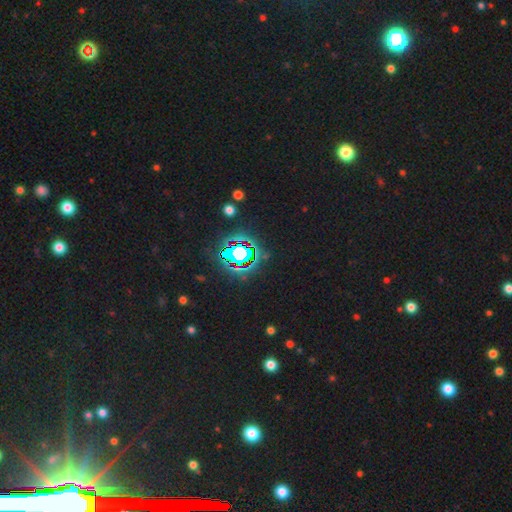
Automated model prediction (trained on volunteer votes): Q: Smooth or featured?
A: star or artifact (82%); runner-up: smooth (11%)